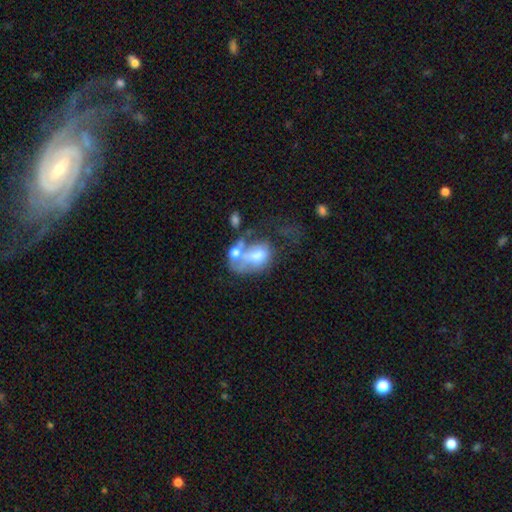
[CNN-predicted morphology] Smooth or featured? smooth (46%)
Merging? merger (45%)